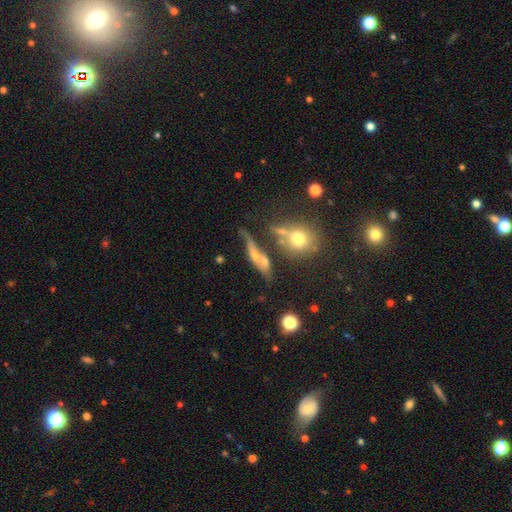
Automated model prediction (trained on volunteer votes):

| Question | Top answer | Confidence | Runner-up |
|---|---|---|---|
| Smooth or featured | featured or disk | 56% | smooth (31%) |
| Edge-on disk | yes | 63% | no (37%) |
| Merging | none | 42% | merger (25%) |